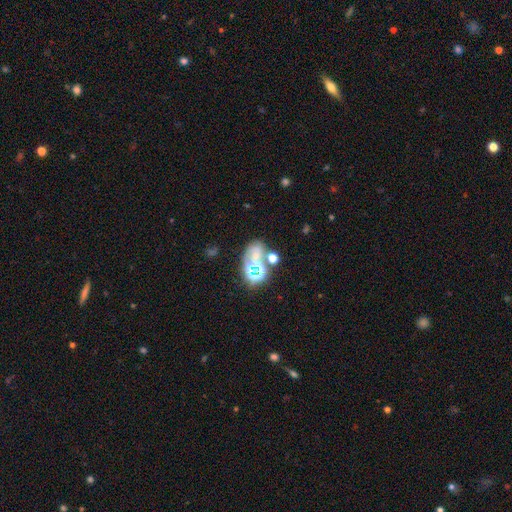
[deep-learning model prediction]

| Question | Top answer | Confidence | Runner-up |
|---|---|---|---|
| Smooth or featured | smooth | 40% | star or artifact (39%) |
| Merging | none | 43% | merger (34%) |